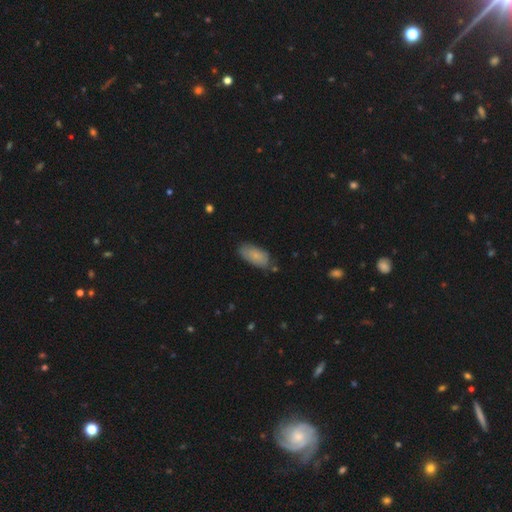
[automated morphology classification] smooth-or-featured: smooth: 80% | featured or disk: 14% | star or artifact: 6%
  how-rounded: in between: 88% | cigar-shaped: 10% | round: 2%
  merging: none: 70% | minor disturbance: 23% | major disturbance: 4% | merger: 3%